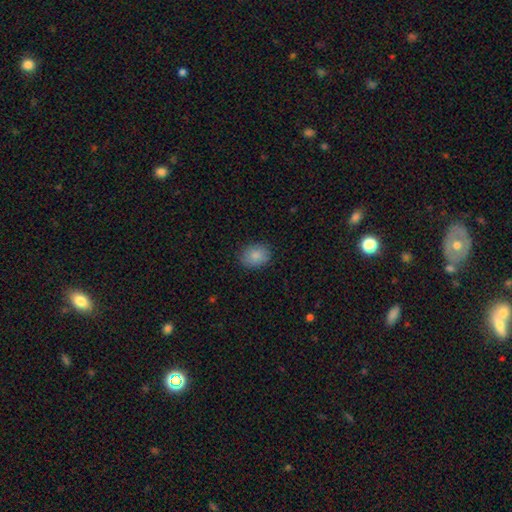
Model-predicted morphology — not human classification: Smooth or featured? smooth (85%)
How rounded? in between (51%)
Merging? none (84%)